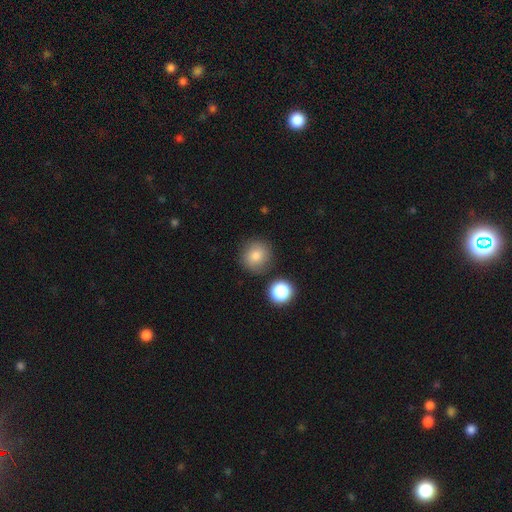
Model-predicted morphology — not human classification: Smooth or featured: smooth — 81% (star or artifact — 11%)
How rounded: round — 92% (in between — 7%)
Merging: none — 84% (minor disturbance — 8%)